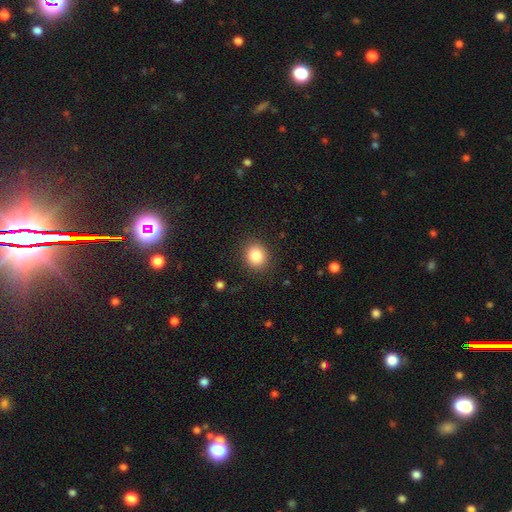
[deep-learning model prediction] Q: Smooth or featured?
A: smooth (85%); runner-up: star or artifact (10%)
Q: How rounded?
A: round (80%); runner-up: in between (19%)
Q: Merging?
A: none (89%); runner-up: minor disturbance (7%)